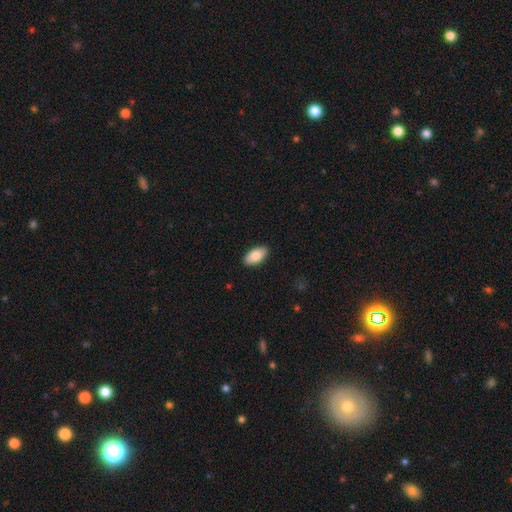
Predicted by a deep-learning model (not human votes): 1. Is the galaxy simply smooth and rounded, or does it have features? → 84% smooth, 10% featured or disk, 6% star or artifact.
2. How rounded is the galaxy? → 94% in between, 3% cigar-shaped, 3% round.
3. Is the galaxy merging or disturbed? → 89% none, 8% minor disturbance, 2% major disturbance, 1% merger.